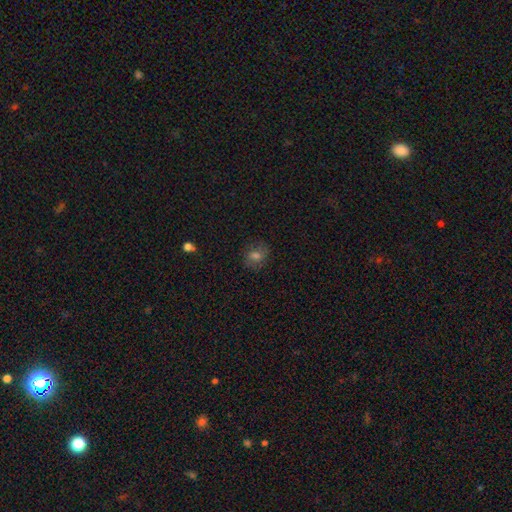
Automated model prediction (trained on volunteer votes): This appears to be a smooth galaxy with no disk features (66%) that is round (60%). Merging: none (81%).